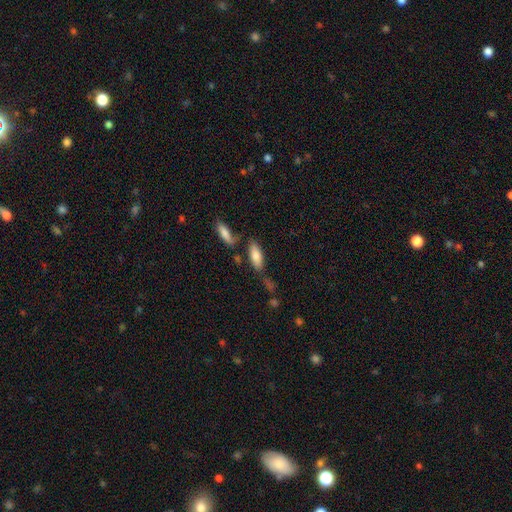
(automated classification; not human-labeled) Smooth or featured? Predicted: smooth (p=0.80). How rounded? Predicted: in between (p=0.73). Merging? Predicted: none (p=0.63).